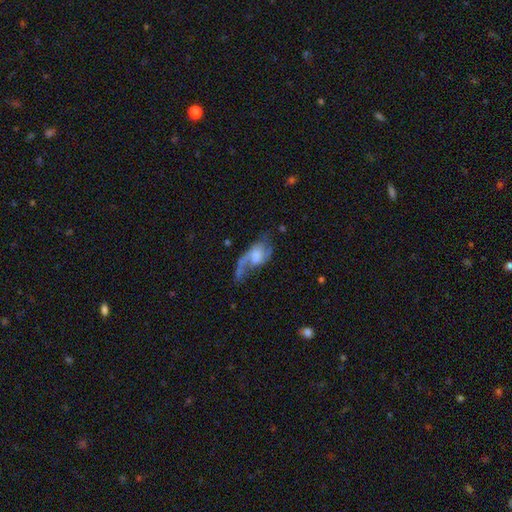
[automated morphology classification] A featured or disk galaxy (73%) with no bar (57%), 2 (65%) loose (64%) spiral arms (89%) and no central bulge (28%).

Vote fractions:
- Smooth or featured? featured or disk: 73% / smooth: 20% / star or artifact: 7%
- Edge-on disk? no: 95% / yes: 5%
- Bar? no: 57% / weak: 35% / strong: 8%
- Spiral arms? yes: 89% / no: 11%
- Spiral winding? loose: 64% / medium: 29% / tight: 8%
- Spiral arm count? 2: 65% / 1: 27% / can't tell: 5% / 3: 2% / 4: 1% / more than 4: 1%
- Bulge size? none: 28% / moderate: 26% / large: 22% / small: 20% / dominant: 4%
- Merging? none: 38% / major disturbance: 36% / minor disturbance: 21% / merger: 5%